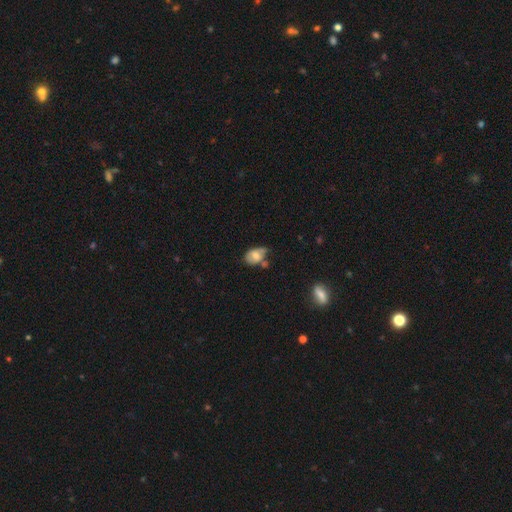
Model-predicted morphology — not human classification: Smooth or featured? smooth (67%)
How rounded? in between (82%)
Merging? minor disturbance (36%)